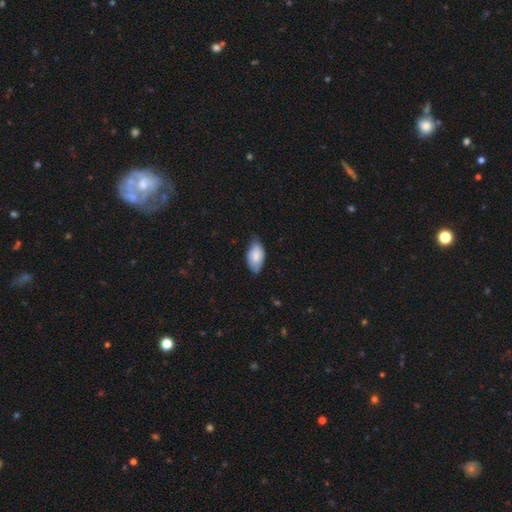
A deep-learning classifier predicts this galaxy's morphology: A smooth galaxy with no disk features (80%) that is in between round and cigar-shaped (94%). Merging: none (59%).